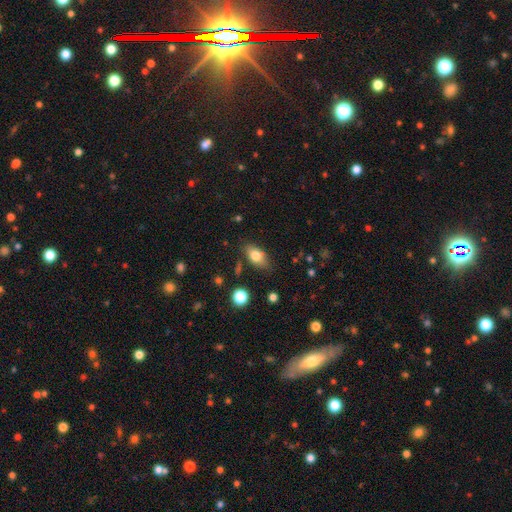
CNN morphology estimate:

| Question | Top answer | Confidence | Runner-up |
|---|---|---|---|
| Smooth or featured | smooth | 77% | featured or disk (15%) |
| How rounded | in between | 86% | round (8%) |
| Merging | none | 78% | minor disturbance (16%) |